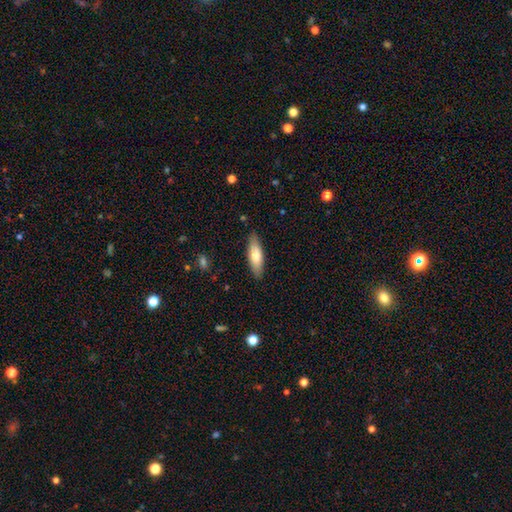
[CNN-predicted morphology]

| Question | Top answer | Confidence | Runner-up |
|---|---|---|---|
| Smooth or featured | smooth | 71% | featured or disk (23%) |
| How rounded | cigar-shaped | 49% | tied: in between (49%) |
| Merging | none | 87% | minor disturbance (10%) |